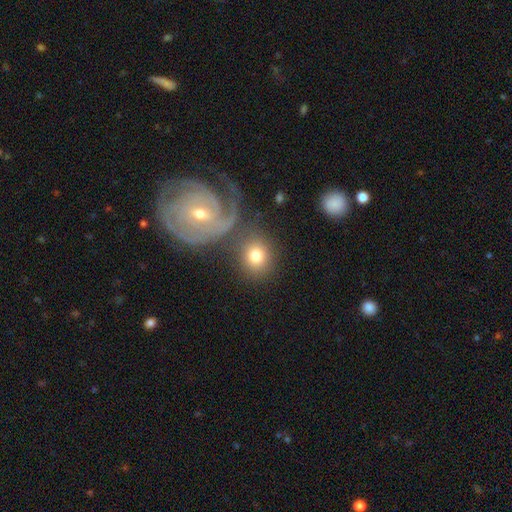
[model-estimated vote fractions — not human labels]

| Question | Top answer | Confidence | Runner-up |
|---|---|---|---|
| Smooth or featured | smooth | 73% | featured or disk (18%) |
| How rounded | round | 74% | in between (25%) |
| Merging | none | 64% | merger (17%) |